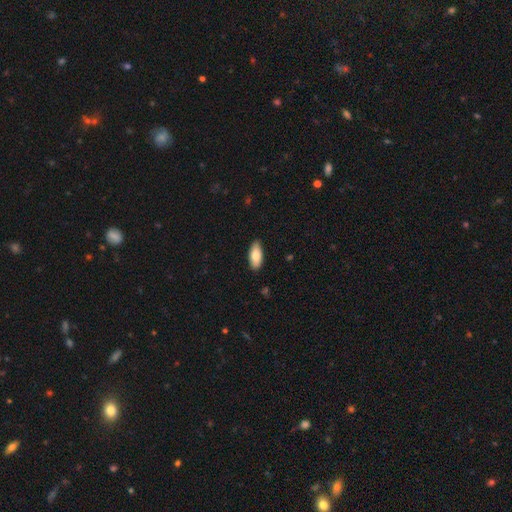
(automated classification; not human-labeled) Overall: smooth (82%). How rounded: in between (85%). Merging: none (88%).